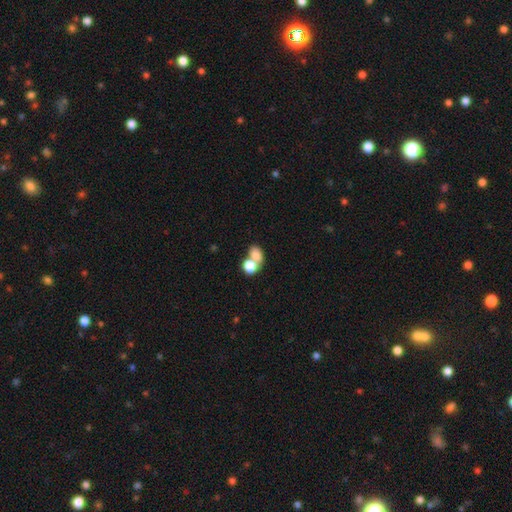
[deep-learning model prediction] This appears to be a smooth galaxy with no disk features (77%) that is in between round and cigar-shaped (62%). Merging: merger (59%).